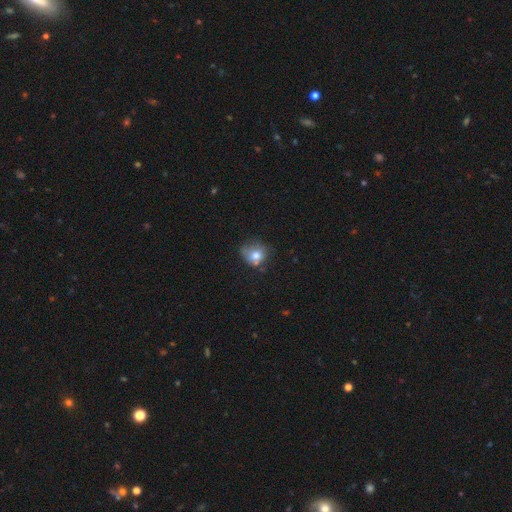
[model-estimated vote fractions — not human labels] Q: Smooth or featured?
A: smooth (73%); runner-up: featured or disk (16%)
Q: How rounded?
A: round (67%); runner-up: in between (32%)
Q: Merging?
A: none (49%); runner-up: minor disturbance (29%)